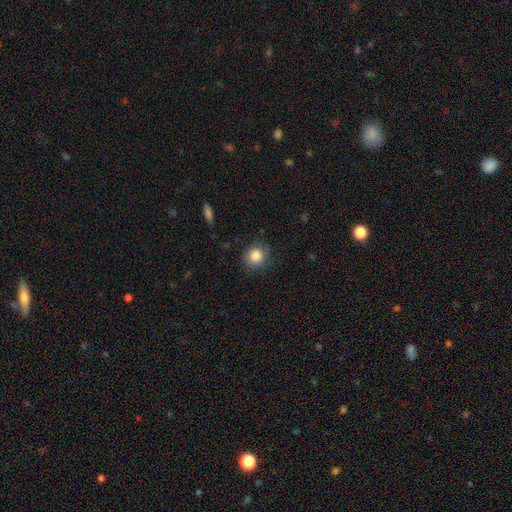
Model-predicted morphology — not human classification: This is clearly a smooth galaxy (85%). How rounded: clearly round (83%). Merging: clearly none (80%).